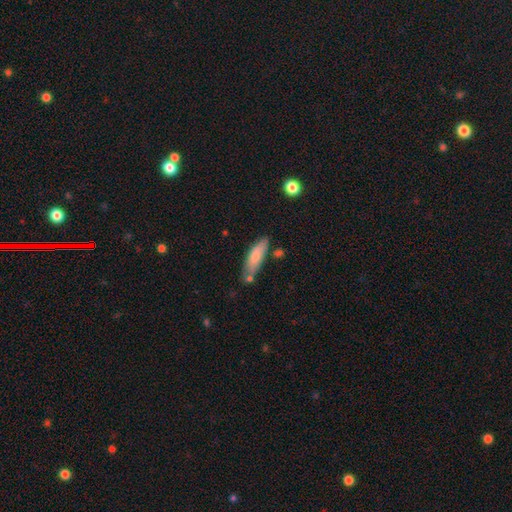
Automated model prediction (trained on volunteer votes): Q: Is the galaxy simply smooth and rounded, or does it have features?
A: smooth — 74%.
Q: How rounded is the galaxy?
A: cigar-shaped — 54%.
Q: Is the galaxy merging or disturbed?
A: none — 67%.